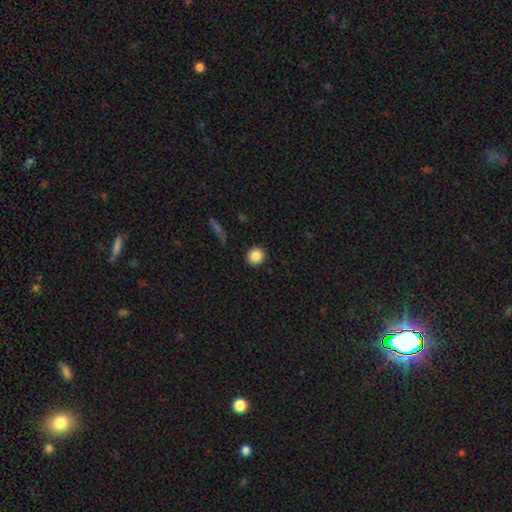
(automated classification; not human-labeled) smooth_or_featured: smooth (p=0.86) [alt: star or artifact p=0.09]
how_rounded: round (p=0.91) [alt: in between p=0.08]
merging: none (p=0.91) [alt: minor disturbance p=0.06]